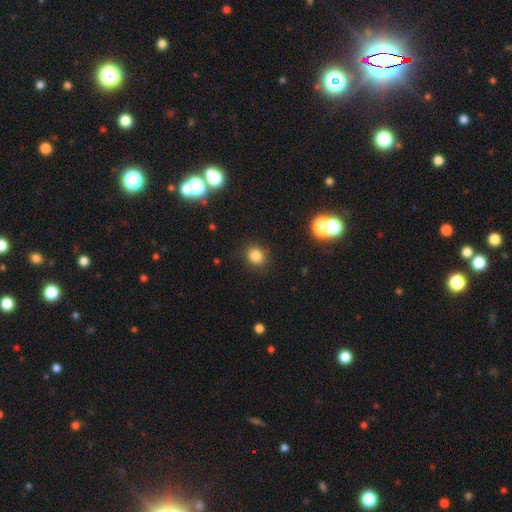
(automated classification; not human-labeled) The model was most divided on "how rounded": round: 81%, in between: 18%, cigar-shaped: 1%. More confident: merging — none (88%); smooth or featured — smooth (83%).